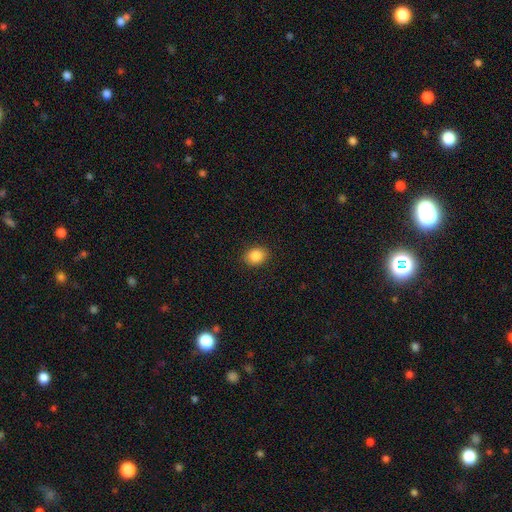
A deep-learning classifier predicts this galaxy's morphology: Smooth or featured? smooth (87%)
How rounded? in between (53%)
Merging? none (89%)